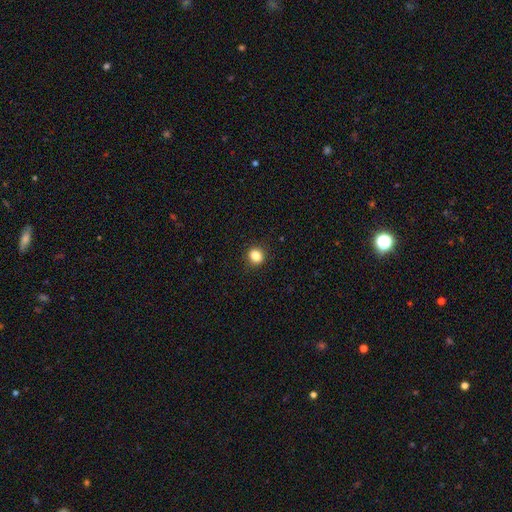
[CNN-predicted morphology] Smooth or featured? smooth (85%)
How rounded? round (73%)
Merging? none (90%)